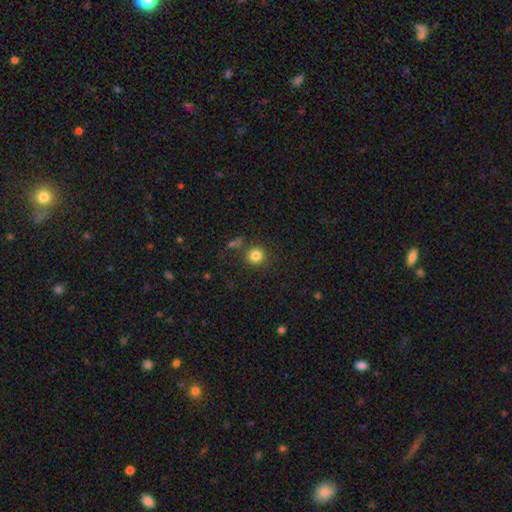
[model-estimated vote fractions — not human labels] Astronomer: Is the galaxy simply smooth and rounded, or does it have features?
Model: smooth — 83%.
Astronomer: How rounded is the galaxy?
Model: round — 91%.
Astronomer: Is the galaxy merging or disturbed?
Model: none — 83%.